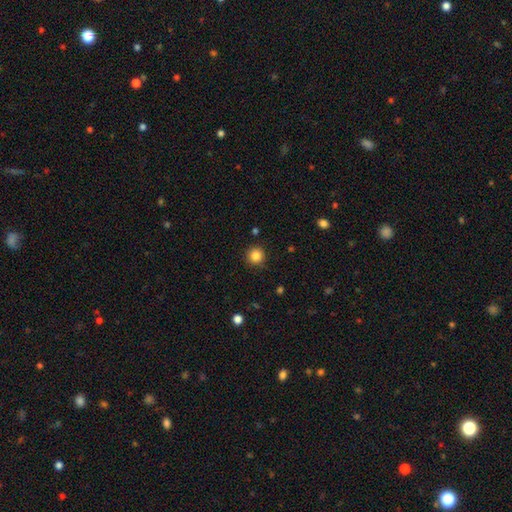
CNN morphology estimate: The model was most divided on "smooth or featured": smooth: 85%, star or artifact: 11%, featured or disk: 4%. More confident: how rounded — round (95%); merging — none (90%).